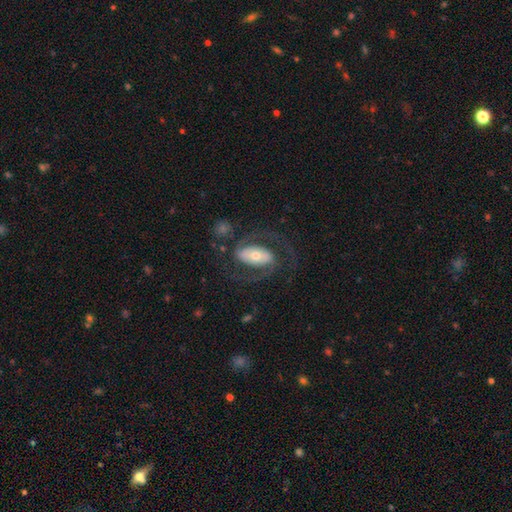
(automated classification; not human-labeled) The model was most divided on "bar" (2-way tie): no: 36%, strong: 36%, weak: 29%. Remaining: edge-on disk — no (95%); spiral arm count — 2 (87%); spiral arms — yes (86%); smooth or featured — featured or disk (76%); merging — none (66%); spiral winding — medium (51%); bulge size — moderate (46%).